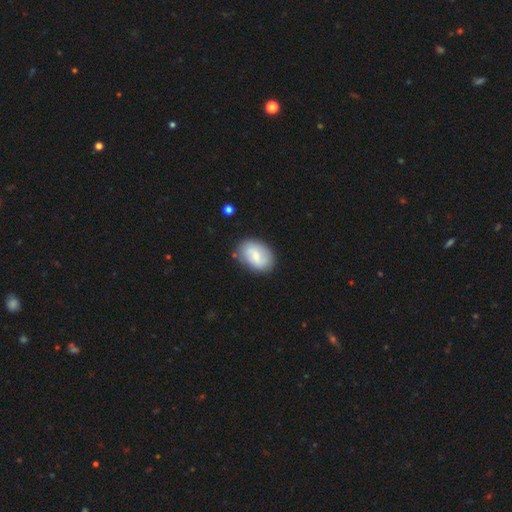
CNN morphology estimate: Smooth or featured: smooth — 65% (featured or disk — 29%)
How rounded: in between — 83% (round — 15%)
Merging: none — 78% (minor disturbance — 15%)